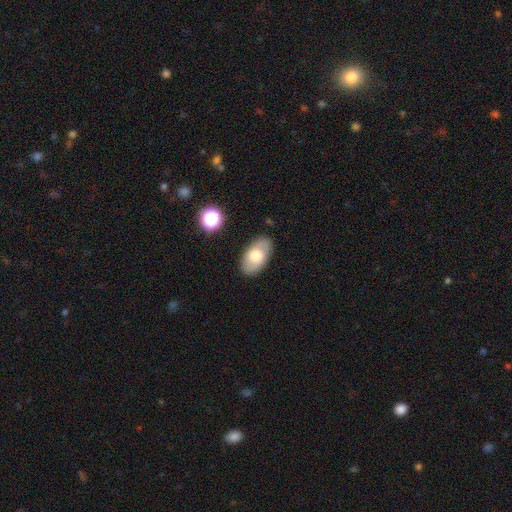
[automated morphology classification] A smooth galaxy with no disk features (65%) that is in between round and cigar-shaped (93%). Merging: none (83%).